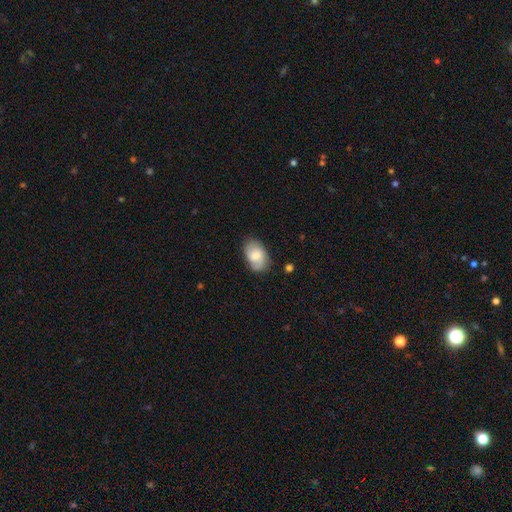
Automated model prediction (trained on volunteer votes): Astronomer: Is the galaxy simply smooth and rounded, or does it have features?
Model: smooth — 61%.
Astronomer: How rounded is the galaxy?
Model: in between — 87%.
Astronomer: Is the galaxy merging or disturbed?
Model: none — 70%.